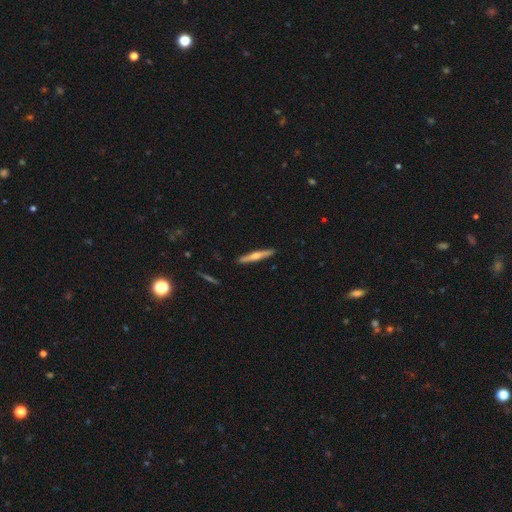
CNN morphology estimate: type=featured or disk (65%); edge-on=yes (97%); edge-on bulge=rounded (88%); merging=none (91%).